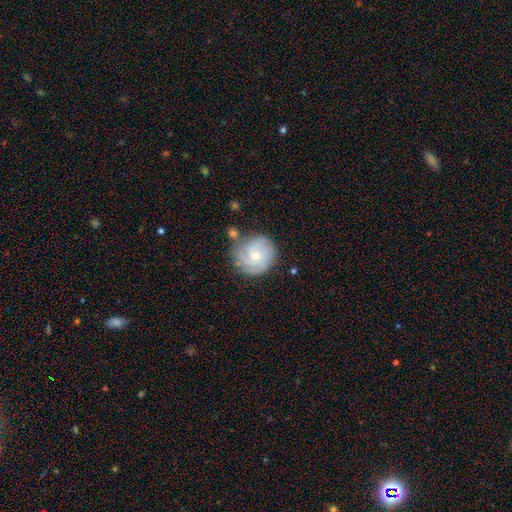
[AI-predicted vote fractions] Q: Smooth or featured?
A: featured or disk (75%); runner-up: smooth (18%)
Q: Edge-on disk?
A: no (98%); runner-up: yes (2%)
Q: Bar?
A: no (65%); runner-up: weak (31%)
Q: Spiral arms?
A: yes (95%); runner-up: no (5%)
Q: Spiral winding?
A: tight (65%); runner-up: medium (29%)
Q: Spiral arm count?
A: 3 (38%); runner-up: can't tell (22%)
Q: Bulge size?
A: small (56%); runner-up: moderate (39%)
Q: Merging?
A: none (73%); runner-up: minor disturbance (16%)